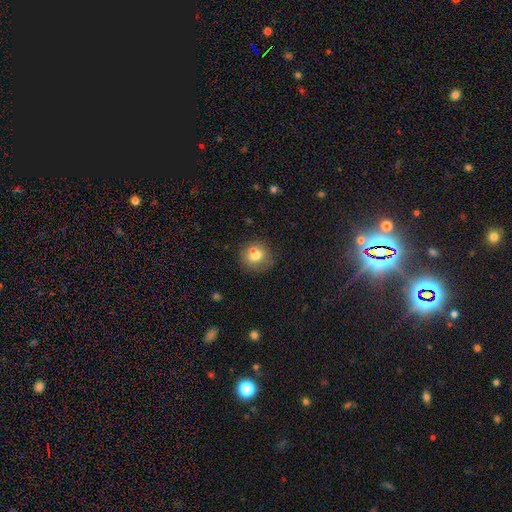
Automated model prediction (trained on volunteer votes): Overall: smooth (68%). How rounded: round (81%). Merging: none (58%; merger 25%).